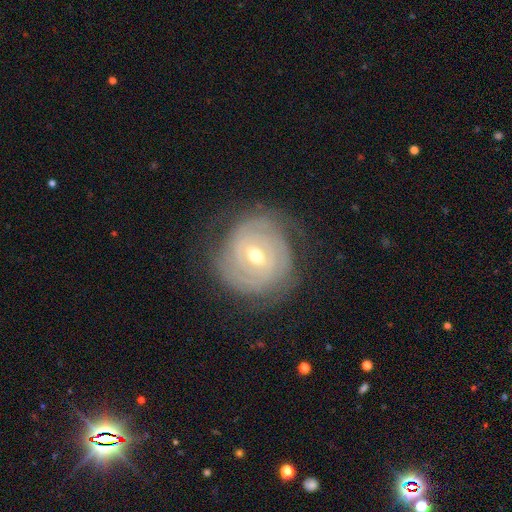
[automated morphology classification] Smooth or featured? Predicted: featured or disk (p=0.84). Edge-on disk? Predicted: no (p=0.97). Bar? Predicted: weak (p=0.52). Spiral arms? Predicted: yes (p=0.92). Spiral winding? Predicted: tight (p=0.84). Spiral arm count? Predicted: can't tell (p=0.38). Bulge size? Predicted: moderate (p=0.56). Merging? Predicted: none (p=0.76).